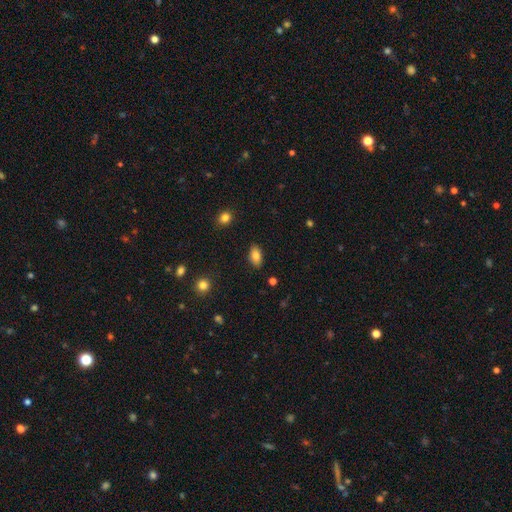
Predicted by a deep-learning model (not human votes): smooth-or-featured: smooth: 83% | featured or disk: 9% | star or artifact: 8%
  how-rounded: in between: 91% | round: 6% | cigar-shaped: 3%
  merging: none: 87% | minor disturbance: 9% | major disturbance: 2% | merger: 1%